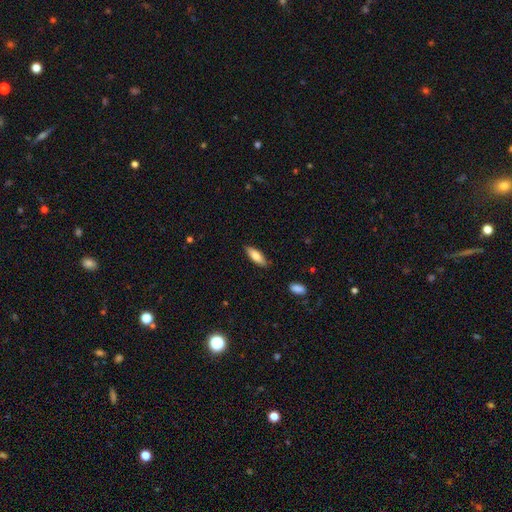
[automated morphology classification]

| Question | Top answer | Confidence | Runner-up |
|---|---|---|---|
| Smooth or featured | smooth | 78% | featured or disk (15%) |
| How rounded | in between | 60% | cigar-shaped (39%) |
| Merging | none | 84% | minor disturbance (12%) |